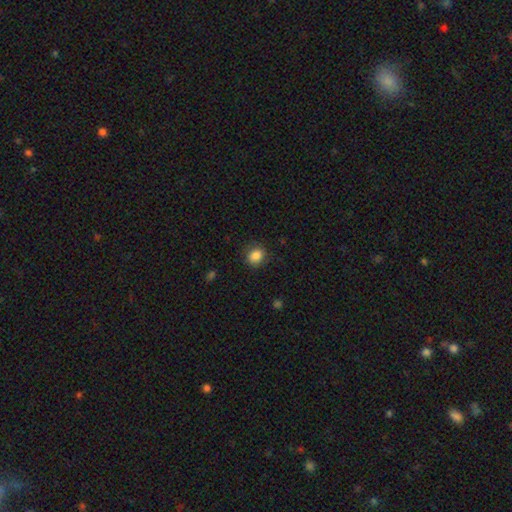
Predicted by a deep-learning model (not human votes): Smooth or featured: smooth — 86% (star or artifact — 9%)
How rounded: round — 61% (in between — 38%)
Merging: none — 80% (minor disturbance — 14%)